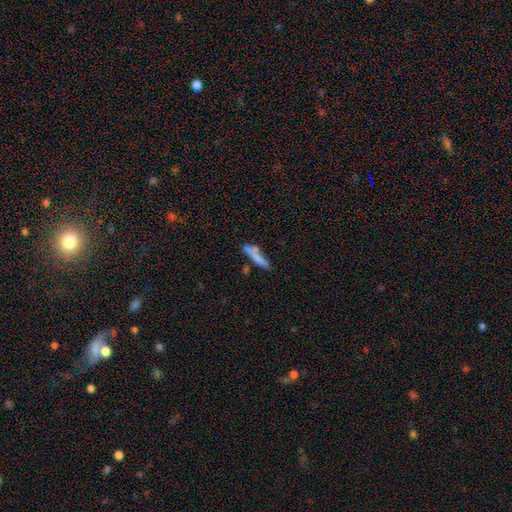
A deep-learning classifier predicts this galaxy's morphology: smooth-or-featured: smooth: 74% | featured or disk: 19% | star or artifact: 8%
  how-rounded: cigar-shaped: 84% | in between: 14% | round: 2%
  merging: none: 60% | minor disturbance: 18% | merger: 16% | major disturbance: 6%